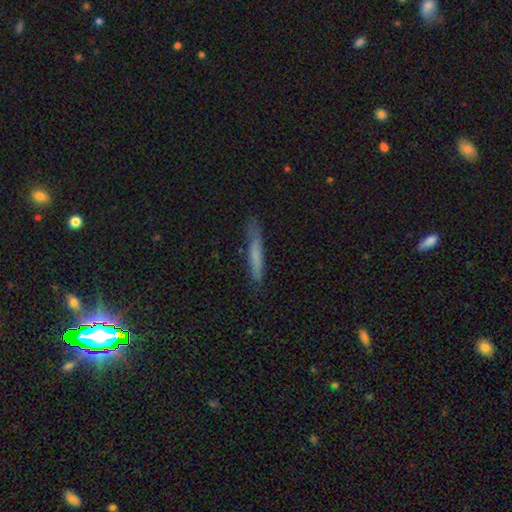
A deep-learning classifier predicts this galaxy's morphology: Q: Smooth or featured?
A: smooth (66%); runner-up: featured or disk (27%)
Q: How rounded?
A: cigar-shaped (95%); runner-up: in between (4%)
Q: Merging?
A: none (78%); runner-up: minor disturbance (16%)